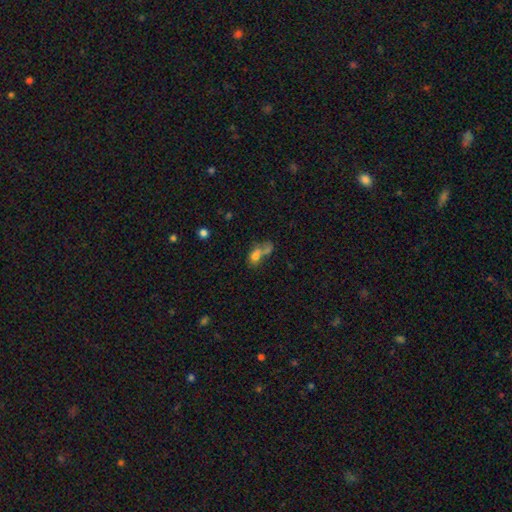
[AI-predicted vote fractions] smooth-or-featured: smooth: 69% | featured or disk: 18% | star or artifact: 13%
  how-rounded: in between: 60% | round: 37% | cigar-shaped: 4%
  merging: merger: 58% | none: 21% | major disturbance: 12% | minor disturbance: 10%